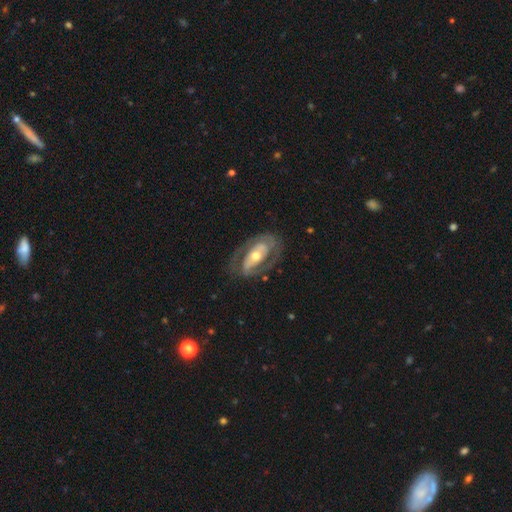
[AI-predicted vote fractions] A featured or disk galaxy (78%) with no bar (45%), spiral arms (67%) and a moderate central bulge (65%). Merging: none (72%).